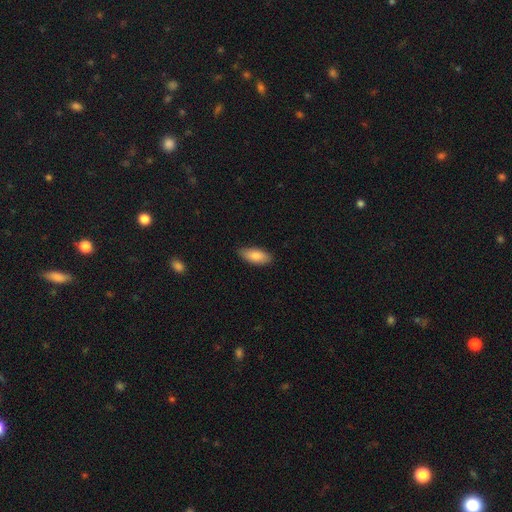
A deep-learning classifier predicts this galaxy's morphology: smooth_or_featured: smooth (p=0.84) [alt: featured or disk p=0.10]
how_rounded: in between (p=0.85) [alt: cigar-shaped p=0.13]
merging: none (p=0.84) [alt: minor disturbance p=0.13]